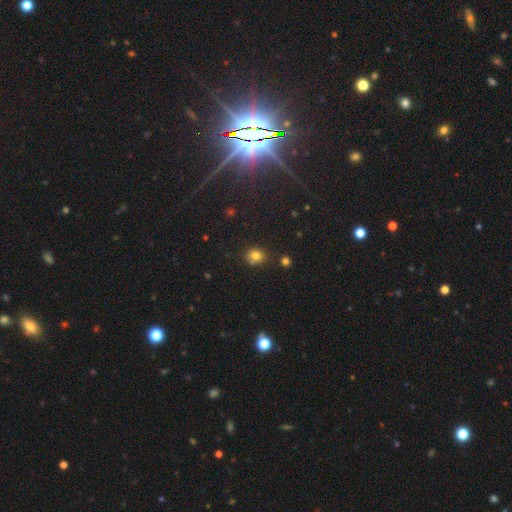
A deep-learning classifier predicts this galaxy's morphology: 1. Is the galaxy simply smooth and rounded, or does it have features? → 78% smooth, 14% star or artifact, 8% featured or disk.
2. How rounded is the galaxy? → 75% round, 24% in between, 1% cigar-shaped.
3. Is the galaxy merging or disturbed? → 72% none, 13% minor disturbance, 11% merger, 3% major disturbance.